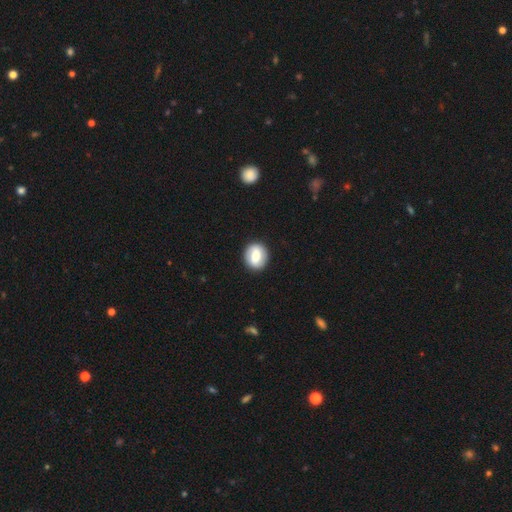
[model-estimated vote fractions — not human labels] smooth-or-featured: smooth: 62% | featured or disk: 31% | star or artifact: 7%
  how-rounded: round: 74% | in between: 25% | cigar-shaped: 1%
  merging: none: 90% | minor disturbance: 7% | major disturbance: 2% | merger: 1%